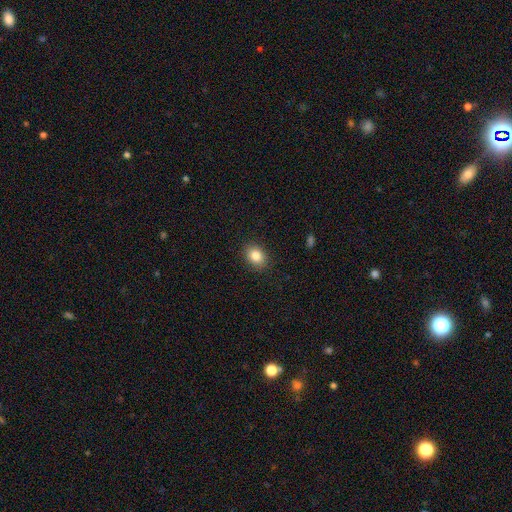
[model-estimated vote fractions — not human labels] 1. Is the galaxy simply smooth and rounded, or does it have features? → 85% smooth, 9% star or artifact, 6% featured or disk.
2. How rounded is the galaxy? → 62% in between, 37% round, 1% cigar-shaped.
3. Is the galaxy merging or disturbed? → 88% none, 8% minor disturbance, 2% major disturbance, 1% merger.